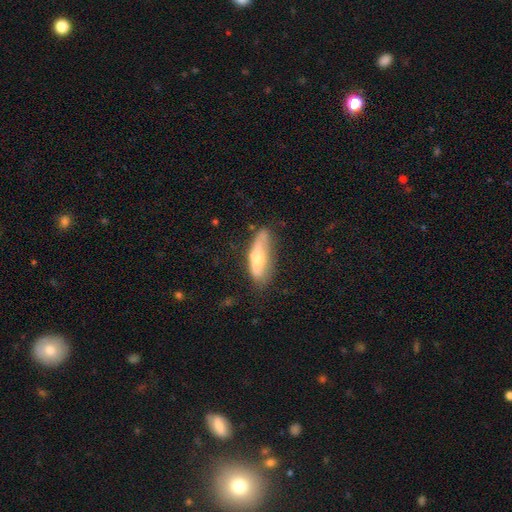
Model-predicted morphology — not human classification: Overall: smooth (56%; featured or disk 37%). How rounded: in between (59%; cigar-shaped 38%). Merging: none (44%; minor disturbance 31%).